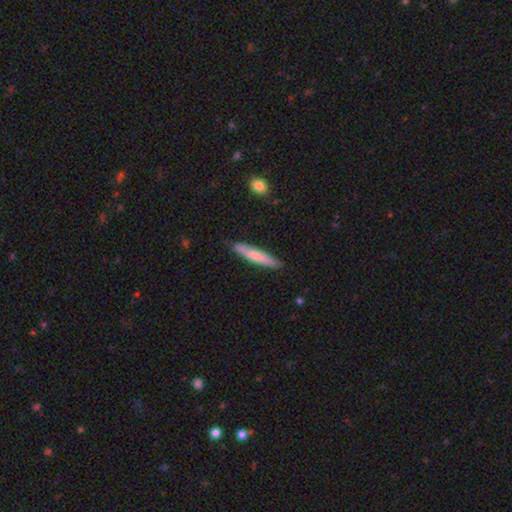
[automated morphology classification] The model was most divided on "smooth or featured": smooth: 66%, featured or disk: 28%, star or artifact: 5%. More confident: how rounded — cigar-shaped (89%); merging — none (80%).